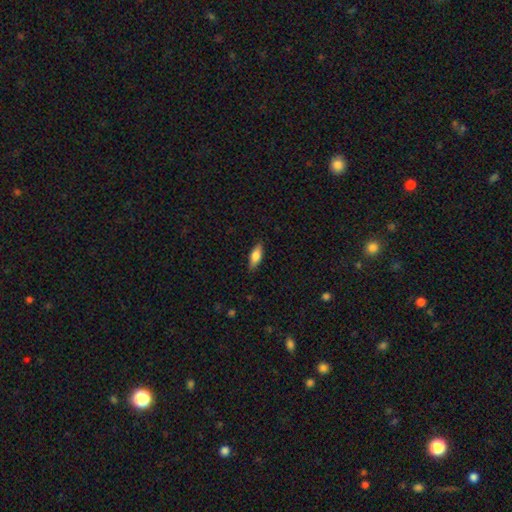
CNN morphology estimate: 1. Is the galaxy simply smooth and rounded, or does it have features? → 77% smooth, 17% featured or disk, 6% star or artifact.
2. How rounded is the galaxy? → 73% in between, 25% cigar-shaped, 3% round.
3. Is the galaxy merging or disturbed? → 86% none, 11% minor disturbance, 2% major disturbance, 1% merger.